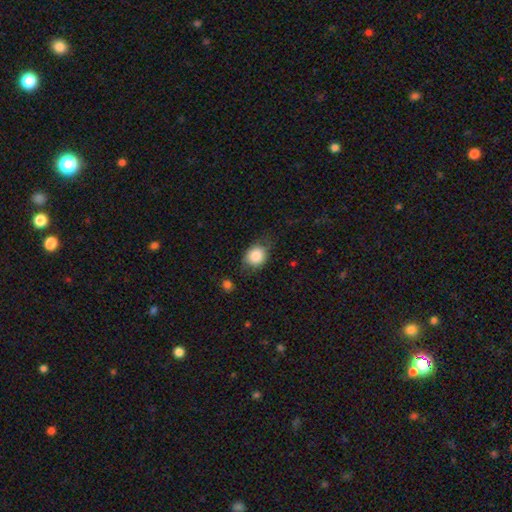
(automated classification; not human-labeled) A smooth galaxy with no disk features (82%) that is round (60%).

Vote fractions:
- Smooth or featured? smooth: 82% / featured or disk: 10% / star or artifact: 8%
- How rounded? round: 60% / in between: 39% / cigar-shaped: 1%
- Merging? none: 64% / minor disturbance: 24% / major disturbance: 9% / merger: 2%